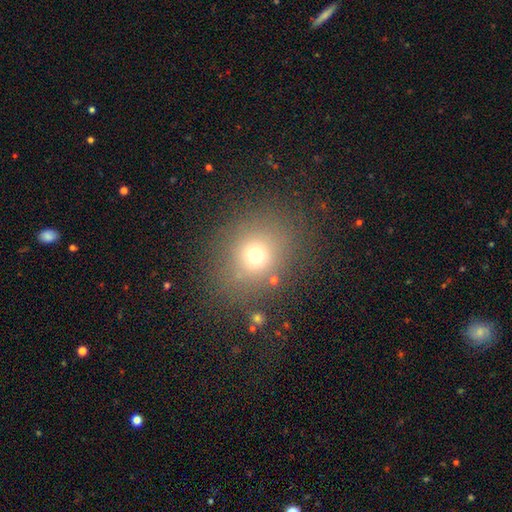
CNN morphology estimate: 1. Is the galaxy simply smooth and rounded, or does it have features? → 68% smooth, 20% star or artifact, 11% featured or disk.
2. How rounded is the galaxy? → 73% round, 26% in between, 1% cigar-shaped.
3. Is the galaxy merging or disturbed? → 81% none, 11% minor disturbance, 6% major disturbance, 3% merger.